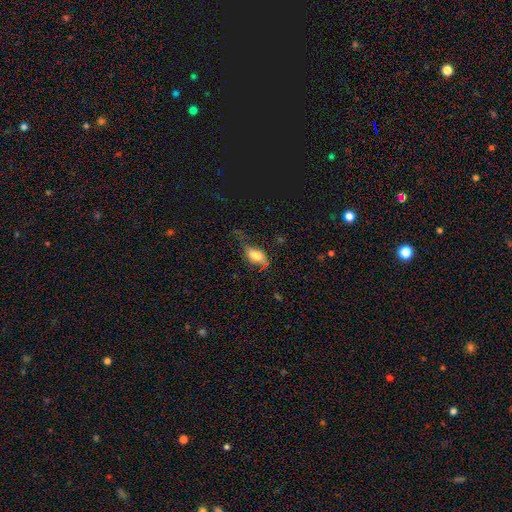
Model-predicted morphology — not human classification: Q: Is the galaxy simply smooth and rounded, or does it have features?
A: smooth — 76%.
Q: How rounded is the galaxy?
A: in between — 88%.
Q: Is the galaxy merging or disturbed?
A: none — 39%.